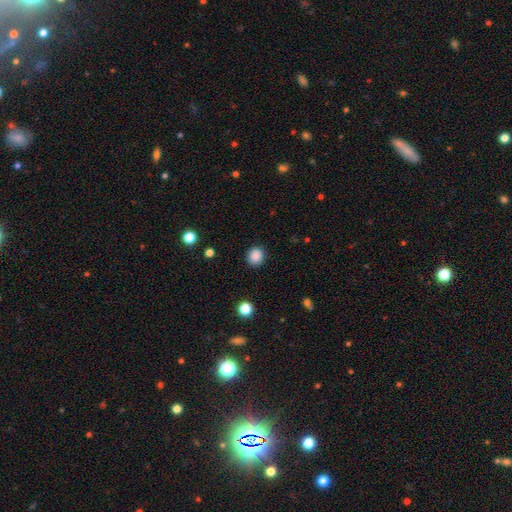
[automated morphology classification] smooth-or-featured: smooth: 87% | star or artifact: 10% | featured or disk: 3%
  how-rounded: round: 83% | in between: 16% | cigar-shaped: 1%
  merging: none: 89% | minor disturbance: 7% | major disturbance: 2% | merger: 1%